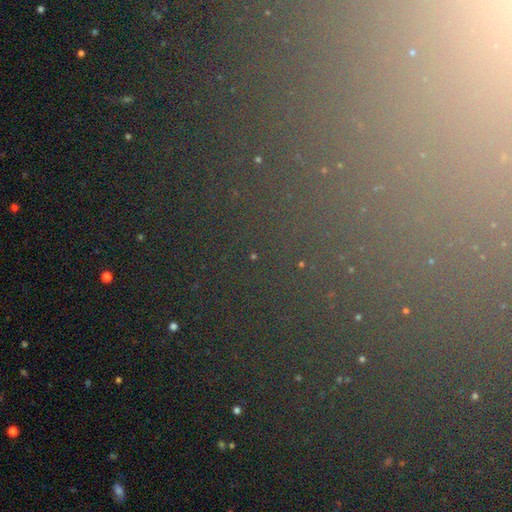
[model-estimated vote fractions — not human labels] Smooth or featured? Predicted: star or artifact (p=0.77).